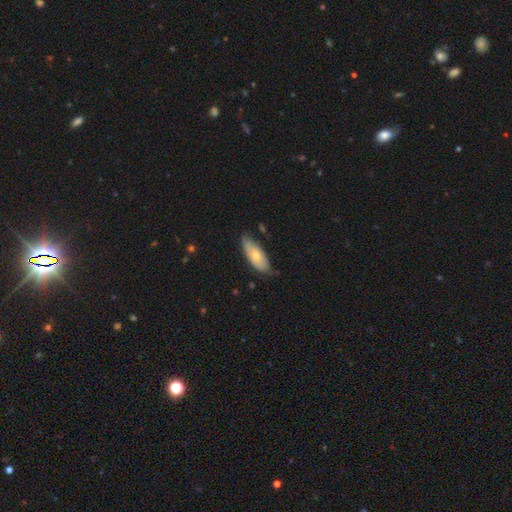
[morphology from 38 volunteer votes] Overall: smooth (63%; featured or disk 32%). How rounded: in between (88%). Merging: none (83%).